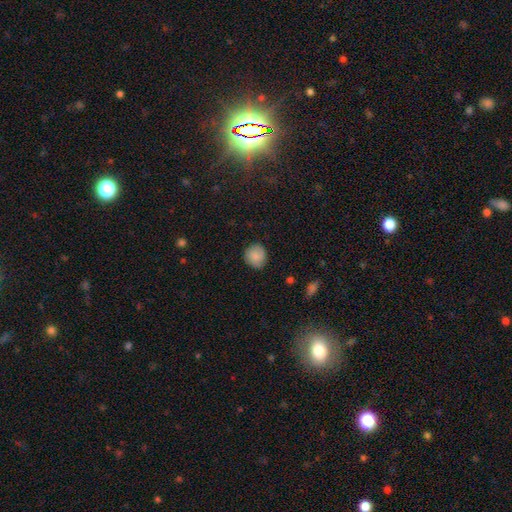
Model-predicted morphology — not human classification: Q: Smooth or featured?
A: smooth (85%); runner-up: featured or disk (8%)
Q: How rounded?
A: round (85%); runner-up: in between (14%)
Q: Merging?
A: none (83%); runner-up: minor disturbance (13%)